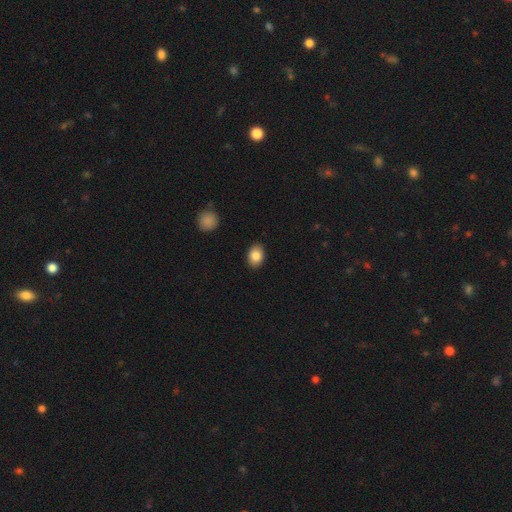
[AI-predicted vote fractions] Smooth or featured: smooth — 84% (star or artifact — 8%)
How rounded: in between — 77% (round — 22%)
Merging: none — 90% (minor disturbance — 7%)